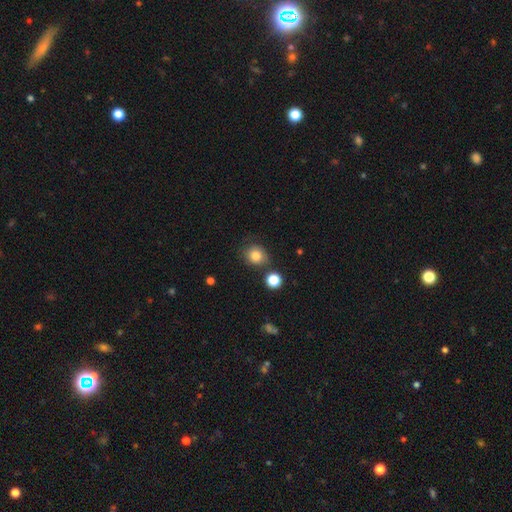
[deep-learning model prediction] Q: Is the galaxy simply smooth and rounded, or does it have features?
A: smooth — 82%.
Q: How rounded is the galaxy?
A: round — 77%.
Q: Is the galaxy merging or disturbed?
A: none — 73%.